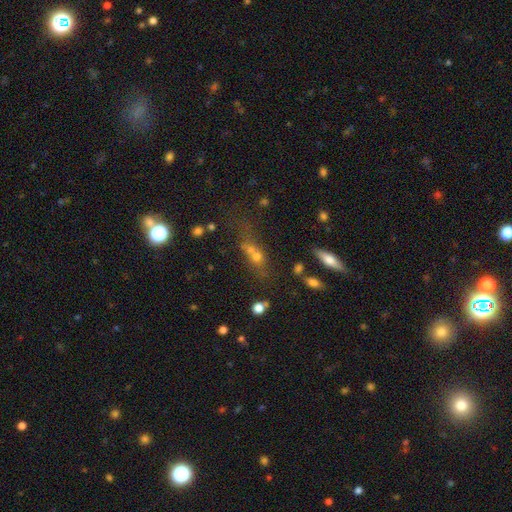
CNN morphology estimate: smooth-or-featured: smooth: 51% | star or artifact: 25% | featured or disk: 24%
  how-rounded: in between: 37% (tied) | round: 37% (tied) | cigar-shaped: 26%
  merging: merger: 39% | none: 37% | minor disturbance: 13% | major disturbance: 11%